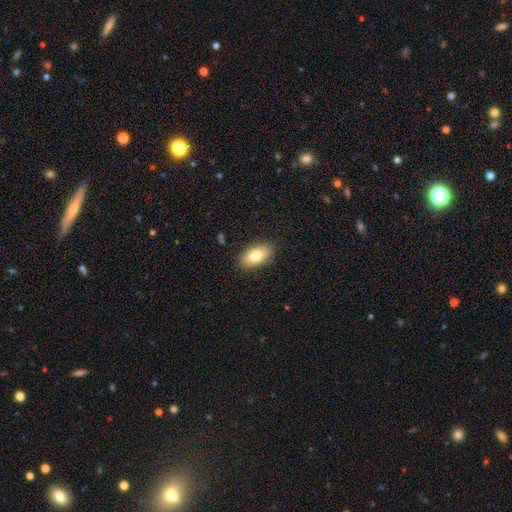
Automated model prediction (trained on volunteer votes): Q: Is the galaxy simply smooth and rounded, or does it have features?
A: smooth — 80%.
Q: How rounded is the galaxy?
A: in between — 90%.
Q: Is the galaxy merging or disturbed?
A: none — 87%.